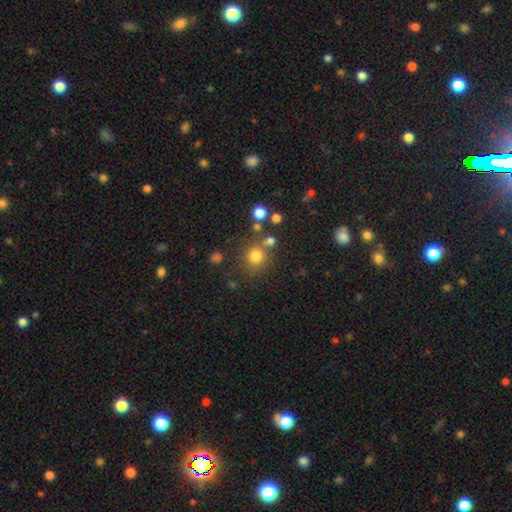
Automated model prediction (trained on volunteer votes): smooth 77%, star or artifact 15%, featured or disk 7%. Down the decision tree: how rounded — round (91%); merging — none (71%).